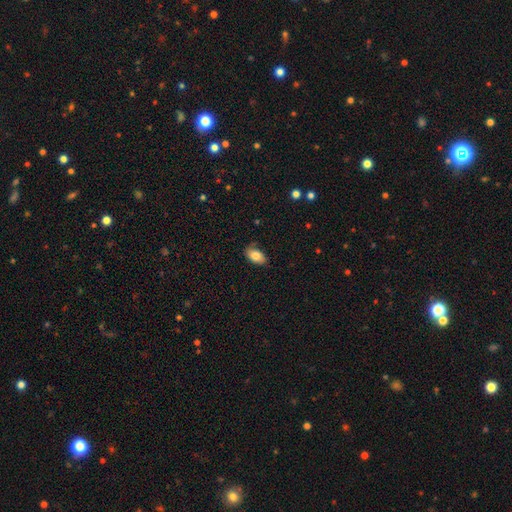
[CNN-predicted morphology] A smooth galaxy with no disk features (81%) that is in between round and cigar-shaped (92%). Merging: none (76%).